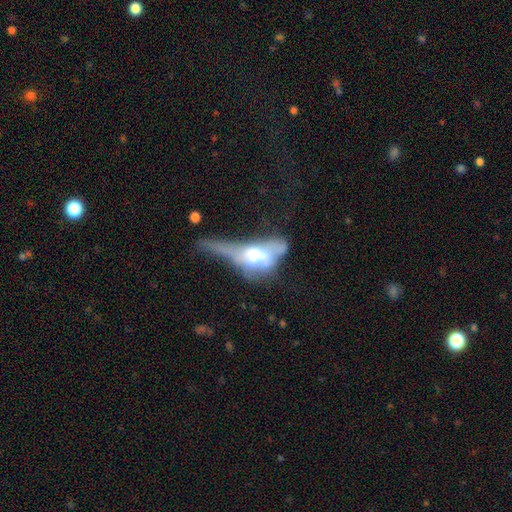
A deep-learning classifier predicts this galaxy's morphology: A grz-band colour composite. It shows a featured or disk galaxy (51%). Merging: major disturbance (46%).